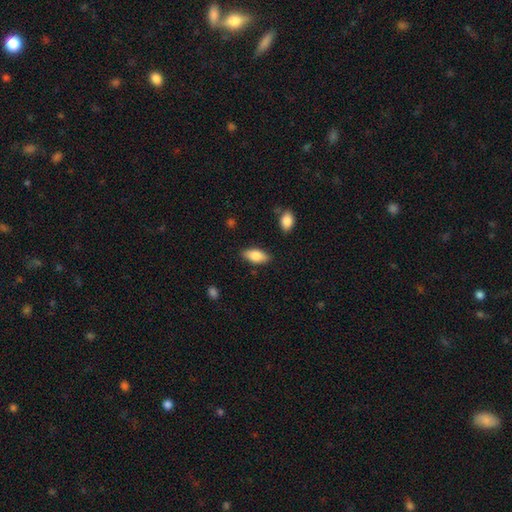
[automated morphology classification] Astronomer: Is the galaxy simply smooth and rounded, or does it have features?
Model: smooth — 80%.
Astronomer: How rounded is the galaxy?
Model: in between — 87%.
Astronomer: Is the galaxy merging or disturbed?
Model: none — 84%.